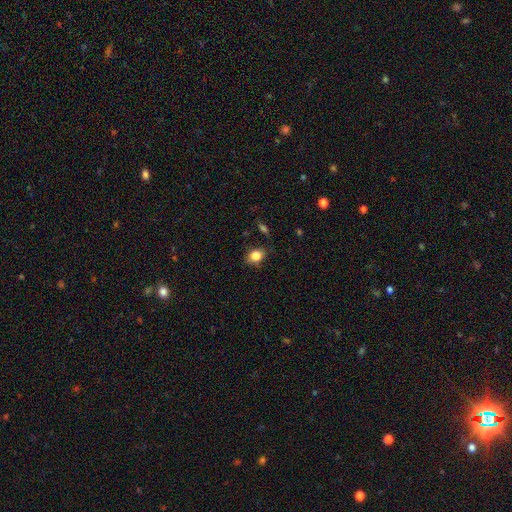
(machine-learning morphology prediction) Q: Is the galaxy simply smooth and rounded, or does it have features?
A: smooth — 83%.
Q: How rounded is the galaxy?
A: in between — 54%.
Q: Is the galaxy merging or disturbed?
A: none — 78%.